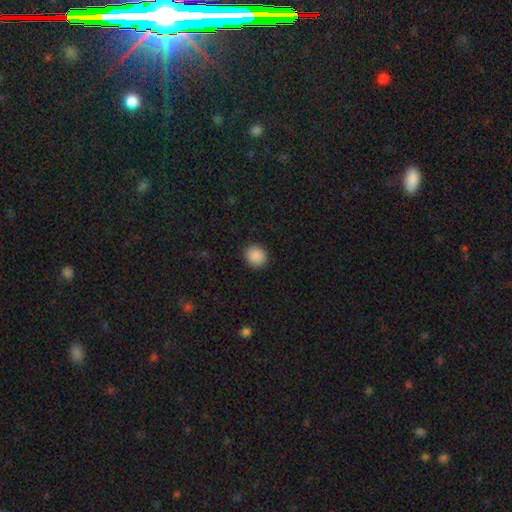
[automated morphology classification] Smooth or featured?
  - smooth: 89% *
  - star or artifact: 8%
  - featured or disk: 3%
How rounded?
  - round: 88% *
  - in between: 11%
  - cigar-shaped: 1%
Merging?
  - none: 91% *
  - minor disturbance: 6%
  - major disturbance: 2%
  - merger: 1%